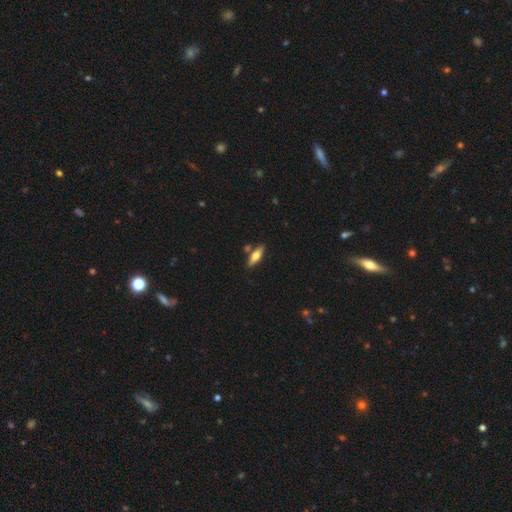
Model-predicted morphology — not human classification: type=smooth (52%); roundness=cigar-shaped (51%); merging=none (78%).